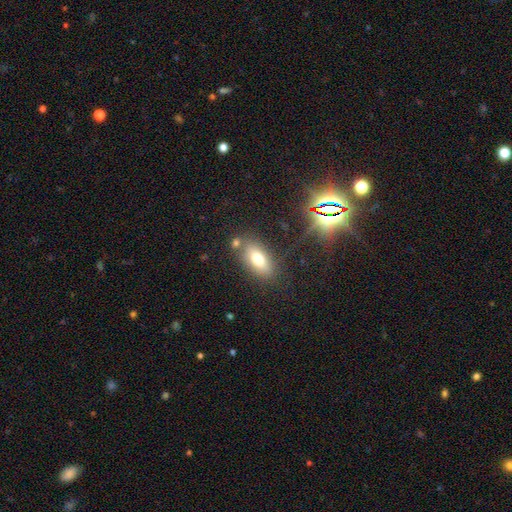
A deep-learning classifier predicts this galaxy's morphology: Smooth or featured? Predicted: smooth (p=0.74). How rounded? Predicted: in between (p=0.87). Merging? Predicted: none (p=0.74).